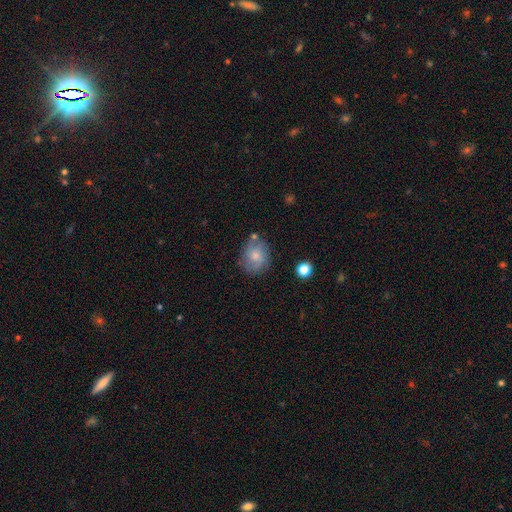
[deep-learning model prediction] This appears to be a smooth galaxy with no disk features (57%) that is round (53%). Merging: none (68%).